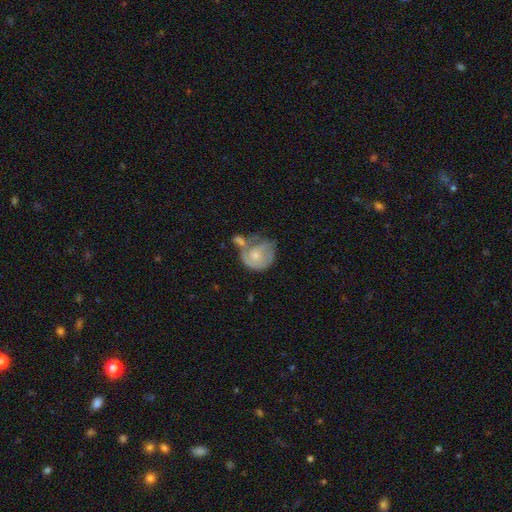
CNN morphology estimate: This is possibly a featured or disk galaxy (55%). It is clearly not viewed edge-on (98%). Bar: clearly no (80%). Spiral arm pattern: likely yes (67%). Central bulge: possibly moderate (52%). Merging: marginally merger (30%, tied with none).